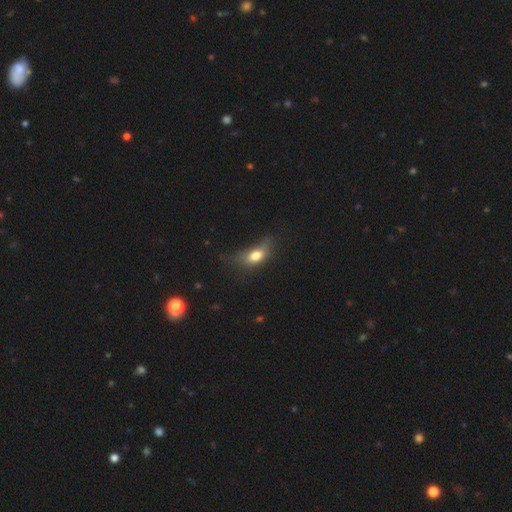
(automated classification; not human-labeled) Smooth or featured?
  - smooth: 72% *
  - featured or disk: 16%
  - star or artifact: 11%
How rounded?
  - in between: 78% *
  - round: 13%
  - cigar-shaped: 10%
Merging?
  - none: 35% *
  - minor disturbance: 32%
  - major disturbance: 30%
  - merger: 4%